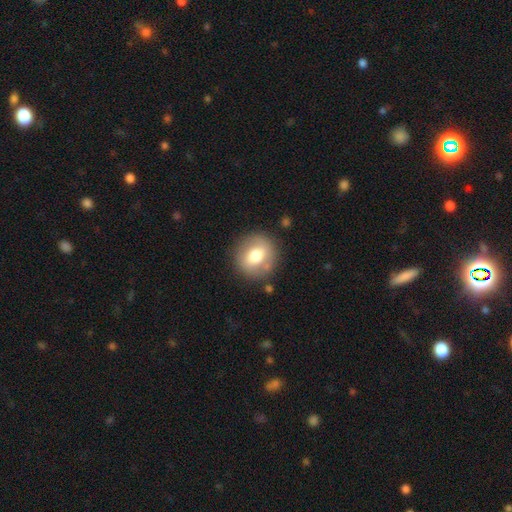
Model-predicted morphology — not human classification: smooth-or-featured: smooth: 67% | featured or disk: 25% | star or artifact: 8%
  how-rounded: round: 88% | in between: 11% | cigar-shaped: 1%
  merging: none: 83% | minor disturbance: 10% | major disturbance: 4% | merger: 3%